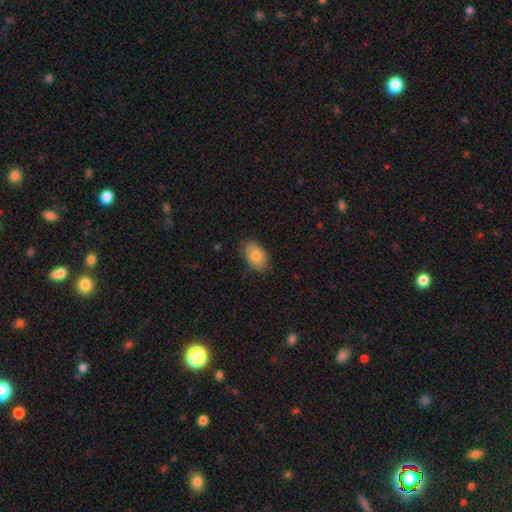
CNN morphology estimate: Smooth or featured?
  - smooth: 78% *
  - featured or disk: 15%
  - star or artifact: 7%
How rounded?
  - in between: 91% *
  - round: 8%
  - cigar-shaped: 1%
Merging?
  - none: 78% *
  - minor disturbance: 18%
  - major disturbance: 3%
  - merger: 1%